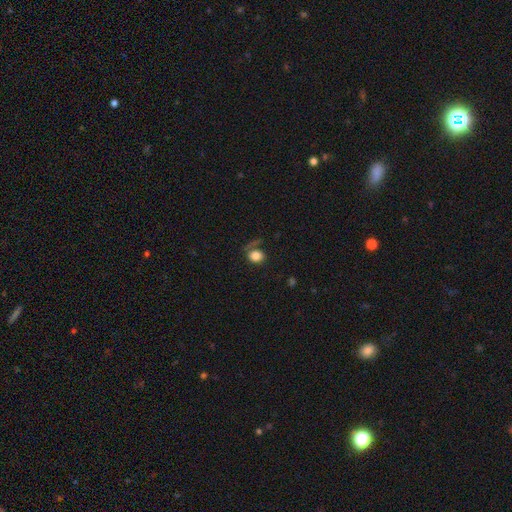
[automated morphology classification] Smooth or featured? smooth (81%)
How rounded? round (64%)
Merging? none (62%)